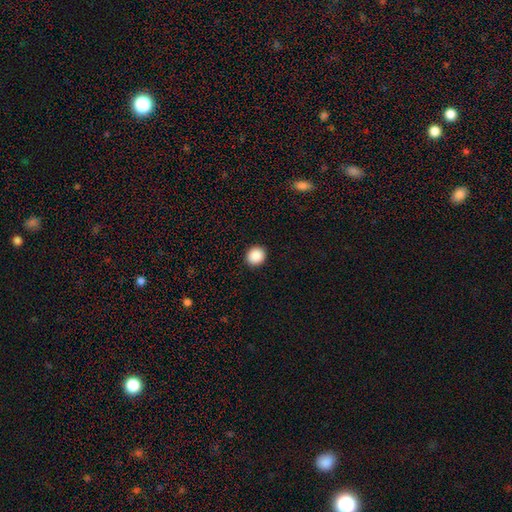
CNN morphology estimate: A smooth galaxy with no disk features (90%) that is round (84%).

Vote fractions:
- Smooth or featured? smooth: 90% / star or artifact: 8% / featured or disk: 2%
- How rounded? round: 84% / in between: 15% / cigar-shaped: 1%
- Merging? none: 93% / minor disturbance: 5% / major disturbance: 2% / merger: 1%